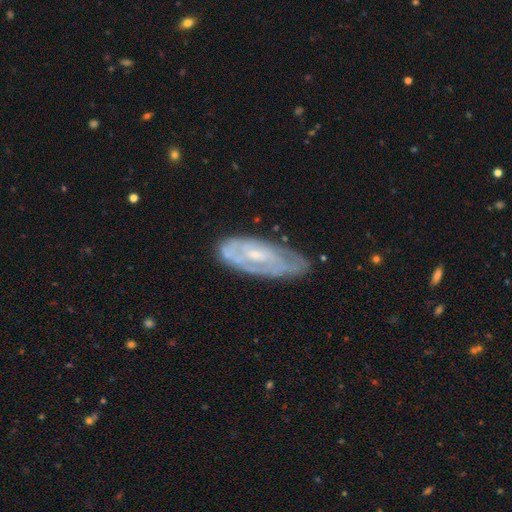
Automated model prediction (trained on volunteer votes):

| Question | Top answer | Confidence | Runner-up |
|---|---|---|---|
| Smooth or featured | featured or disk | 68% | smooth (24%) |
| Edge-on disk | no | 84% | yes (16%) |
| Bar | no | 59% | weak (32%) |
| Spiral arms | yes | 70% | no (30%) |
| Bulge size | small | 60% | moderate (30%) |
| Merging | none | 65% | minor disturbance (24%) |